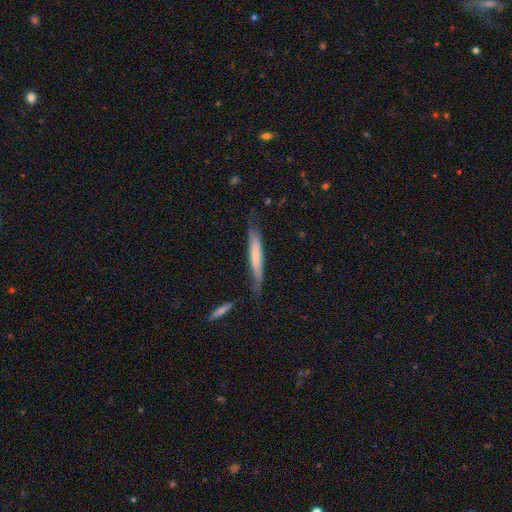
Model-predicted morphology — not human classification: Smooth or featured? Predicted: smooth (p=0.55). How rounded? Predicted: cigar-shaped (p=0.94). Merging? Predicted: none (p=0.65).